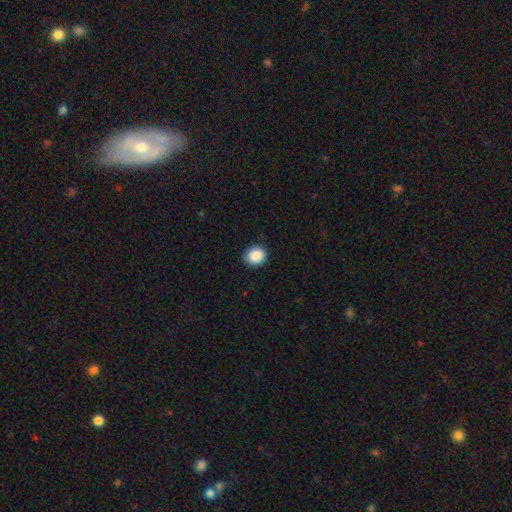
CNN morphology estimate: A smooth galaxy with no disk features (89%) that is round (76%). Merging: none (89%).